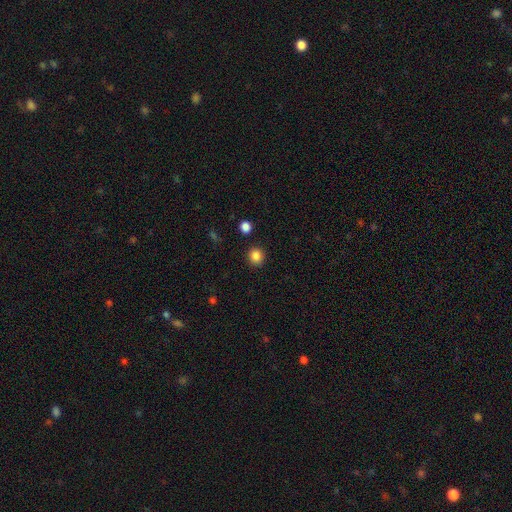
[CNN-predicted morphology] smooth_or_featured: smooth (p=0.86) [alt: star or artifact p=0.11]
how_rounded: round (p=0.89) [alt: in between p=0.10]
merging: none (p=0.90) [alt: minor disturbance p=0.06]